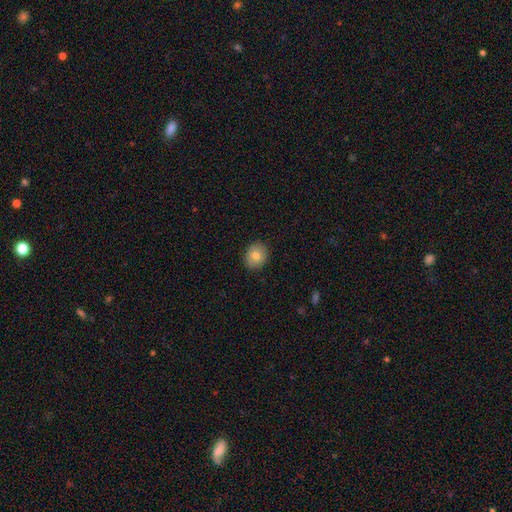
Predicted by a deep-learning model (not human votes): Q: Smooth or featured?
A: smooth (79%); runner-up: featured or disk (12%)
Q: How rounded?
A: round (70%); runner-up: in between (29%)
Q: Merging?
A: none (90%); runner-up: minor disturbance (8%)